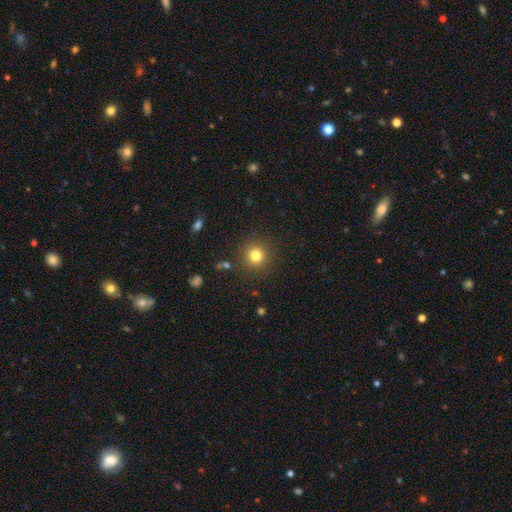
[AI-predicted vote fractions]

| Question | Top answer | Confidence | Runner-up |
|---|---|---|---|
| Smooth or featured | smooth | 80% | star or artifact (13%) |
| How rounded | round | 94% | in between (5%) |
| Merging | none | 89% | minor disturbance (7%) |